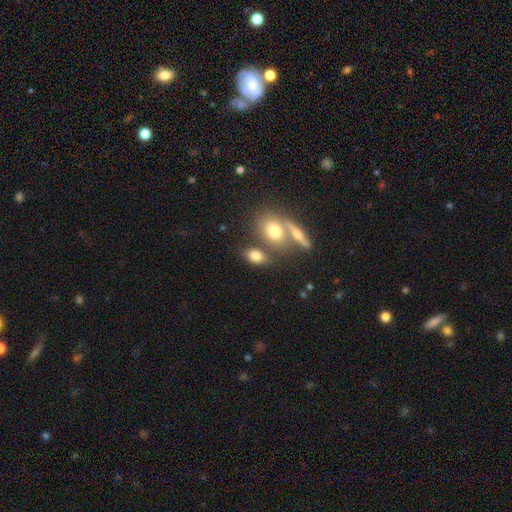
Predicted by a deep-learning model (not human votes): Smooth or featured? Predicted: smooth (p=0.74). How rounded? Predicted: in between (p=0.79). Merging? Predicted: none (p=0.54).